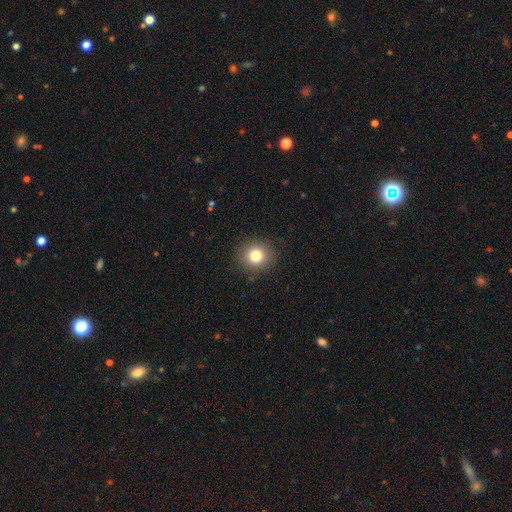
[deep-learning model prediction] Smooth or featured?
  - smooth: 81% *
  - star or artifact: 11%
  - featured or disk: 8%
How rounded?
  - round: 87% *
  - in between: 12%
  - cigar-shaped: 1%
Merging?
  - none: 89% *
  - minor disturbance: 8%
  - major disturbance: 3%
  - merger: 1%